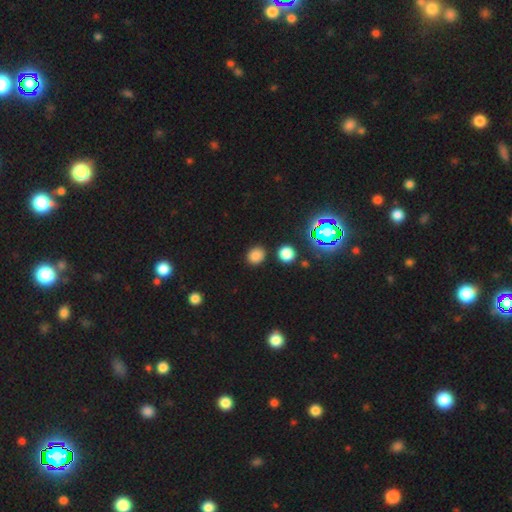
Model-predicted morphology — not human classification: Q: Smooth or featured?
A: smooth (78%); runner-up: star or artifact (17%)
Q: How rounded?
A: round (62%); runner-up: in between (36%)
Q: Merging?
A: none (85%); runner-up: minor disturbance (9%)